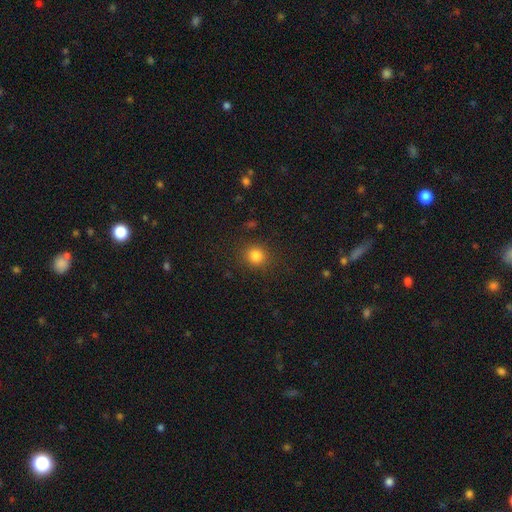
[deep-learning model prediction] smooth 83%, star or artifact 12%, featured or disk 4%. Down the decision tree: how rounded — round (88%); merging — none (88%).